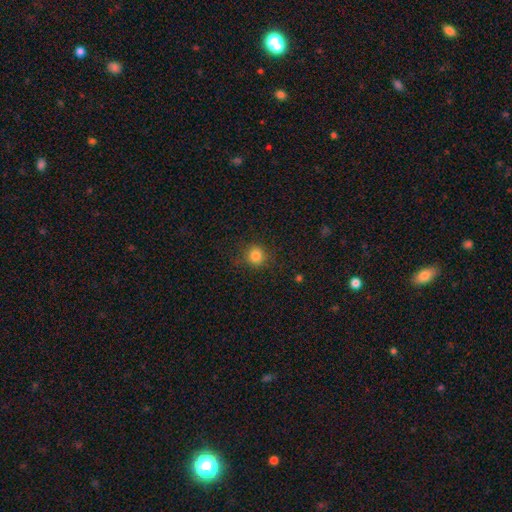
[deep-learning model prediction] A smooth galaxy with no disk features (83%) that is round (92%). Merging: none (85%).